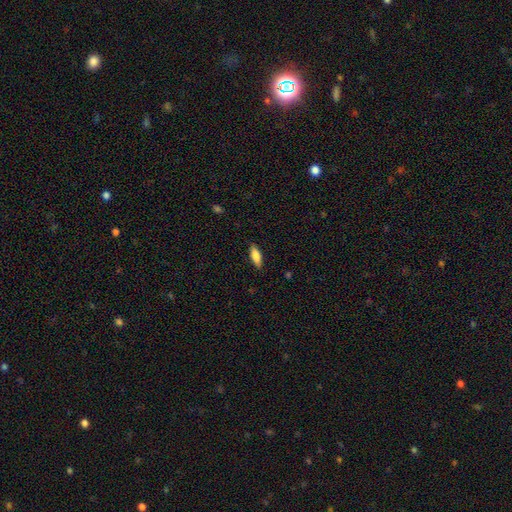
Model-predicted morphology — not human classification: smooth-or-featured: smooth: 81% | featured or disk: 13% | star or artifact: 6%
  how-rounded: in between: 63% | cigar-shaped: 35% | round: 2%
  merging: none: 87% | minor disturbance: 10% | major disturbance: 2% | merger: 1%